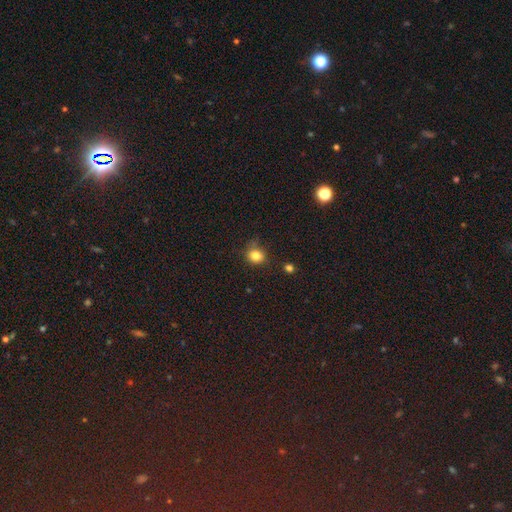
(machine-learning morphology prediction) The model was most divided on "how rounded": round: 76%, in between: 23%, cigar-shaped: 1%. More confident: smooth or featured — smooth (82%); merging — none (74%).